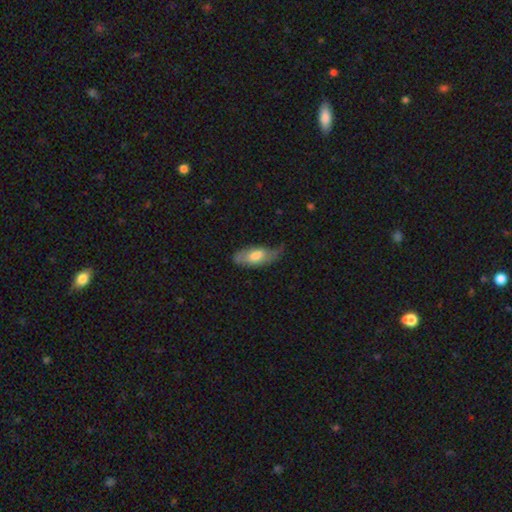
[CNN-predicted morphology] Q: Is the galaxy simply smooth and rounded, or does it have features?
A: smooth — 59%.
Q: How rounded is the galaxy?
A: in between — 80%.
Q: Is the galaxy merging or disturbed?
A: none — 51%.